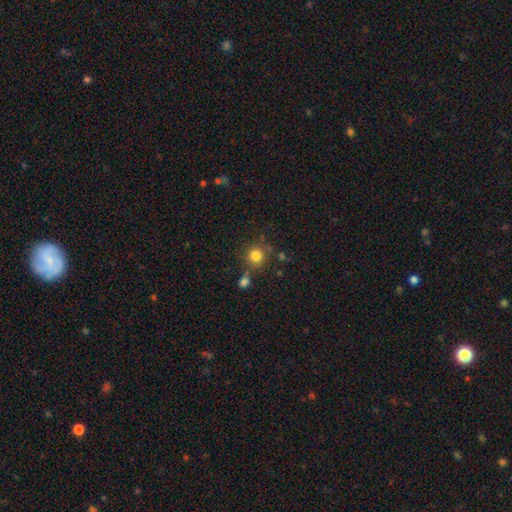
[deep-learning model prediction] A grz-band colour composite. It shows a smooth galaxy with no disk features (81%) that is round (90%). Merging: none (71%).